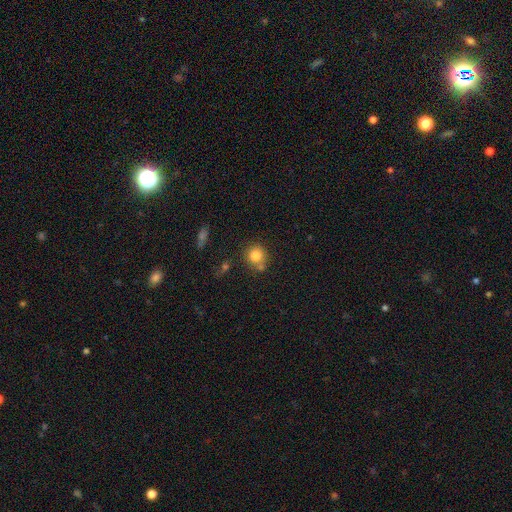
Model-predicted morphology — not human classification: Smooth or featured: smooth — 81% (star or artifact — 10%)
How rounded: round — 87% (in between — 12%)
Merging: none — 65% (merger — 17%)